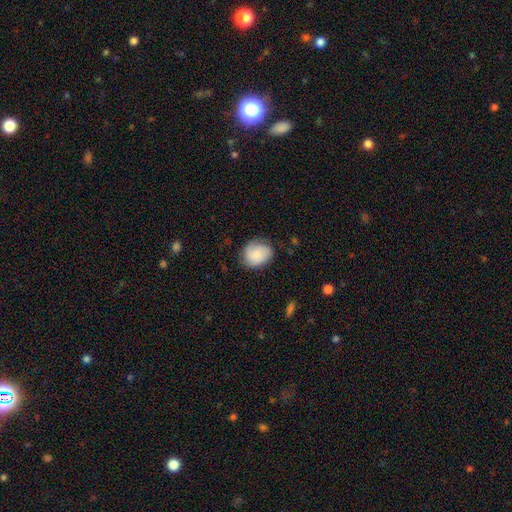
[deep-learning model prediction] smooth 68%, featured or disk 24%, star or artifact 8%. Down the decision tree: how rounded — round (55%); merging — none (70%).